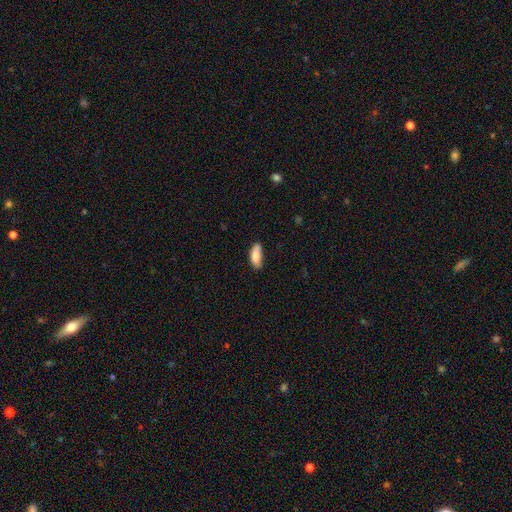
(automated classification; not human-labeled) A smooth galaxy with no disk features (83%) that is in between round and cigar-shaped (81%). Merging: none (56%).